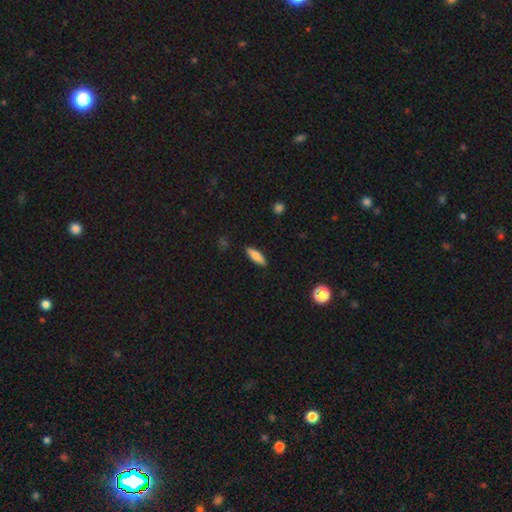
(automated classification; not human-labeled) A smooth galaxy with no disk features (70%) that is cigar-shaped (49%).

Vote fractions:
- Smooth or featured? smooth: 70% / featured or disk: 23% / star or artifact: 7%
- How rounded? cigar-shaped: 49% / in between: 48% / round: 2%
- Merging? none: 87% / minor disturbance: 10% / major disturbance: 2% / merger: 1%